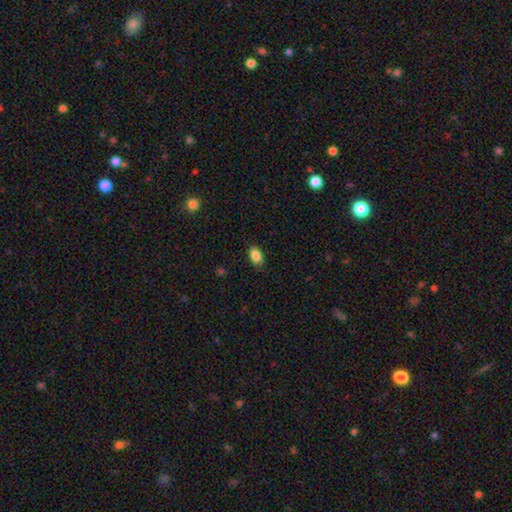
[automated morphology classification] smooth 88%, star or artifact 8%, featured or disk 4%. Down the decision tree: how rounded — in between (89%); merging — none (85%).